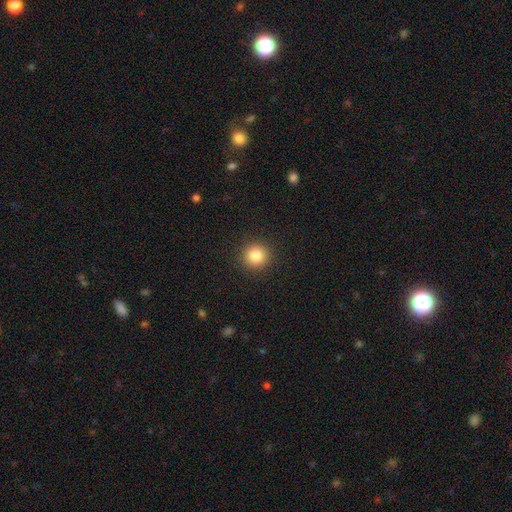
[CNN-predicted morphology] smooth 84%, star or artifact 11%, featured or disk 6%. Down the decision tree: how rounded — round (94%); merging — none (92%).